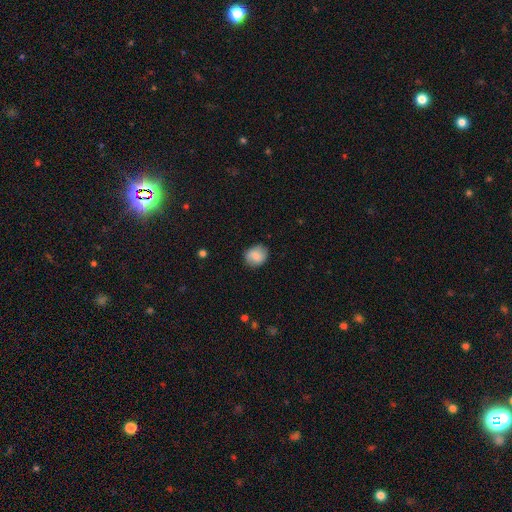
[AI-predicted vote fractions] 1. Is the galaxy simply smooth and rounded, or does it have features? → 80% smooth, 12% featured or disk, 8% star or artifact.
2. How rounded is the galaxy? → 70% round, 29% in between, 1% cigar-shaped.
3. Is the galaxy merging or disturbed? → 80% none, 15% minor disturbance, 4% major disturbance, 1% merger.